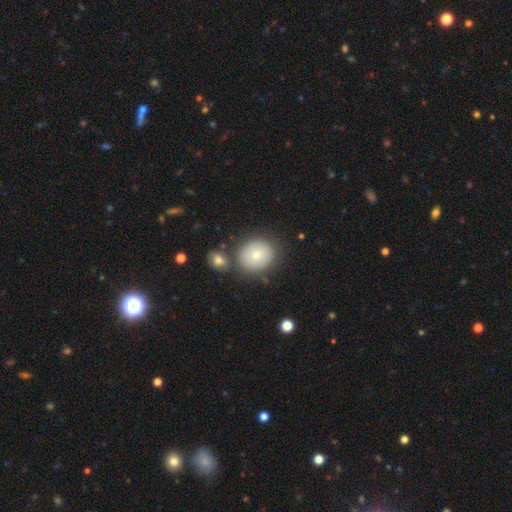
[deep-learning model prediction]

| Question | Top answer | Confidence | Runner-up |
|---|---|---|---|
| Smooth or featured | smooth | 77% | featured or disk (14%) |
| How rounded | round | 75% | in between (24%) |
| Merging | none | 74% | merger (11%) |